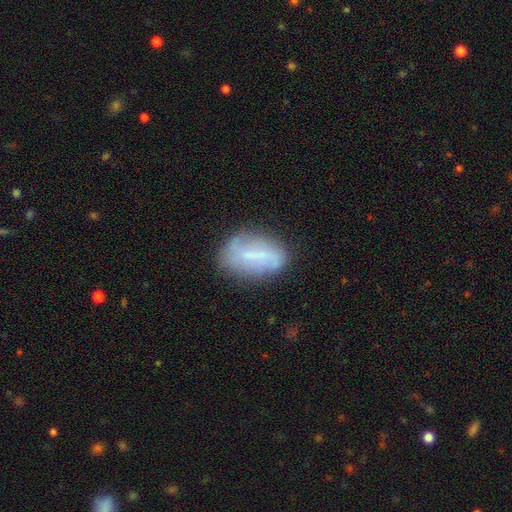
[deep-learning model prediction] smooth 47%, featured or disk 44%, star or artifact 9%. Down the decision tree: merging — none (69%).